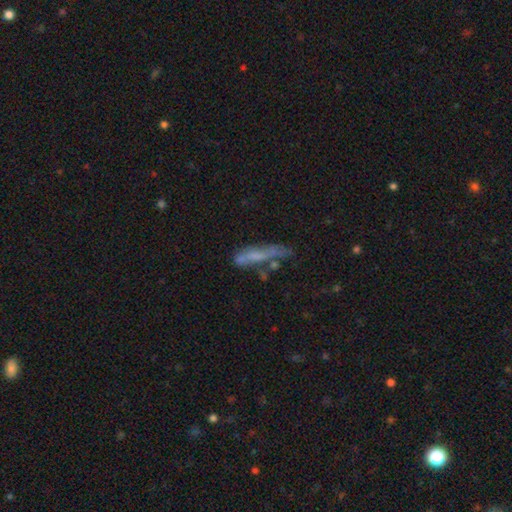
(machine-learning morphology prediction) smooth_or_featured: smooth (p=0.50) [alt: featured or disk p=0.38]
merging: none (p=0.43) [alt: minor disturbance p=0.23]